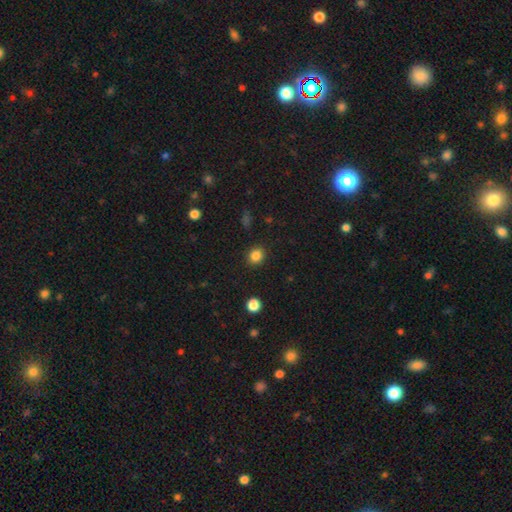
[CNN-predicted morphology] A smooth galaxy with no disk features (85%) that is round (78%).

Vote fractions:
- Smooth or featured? smooth: 85% / star or artifact: 11% / featured or disk: 4%
- How rounded? round: 78% / in between: 21% / cigar-shaped: 1%
- Merging? none: 90% / minor disturbance: 6% / major disturbance: 2% / merger: 1%